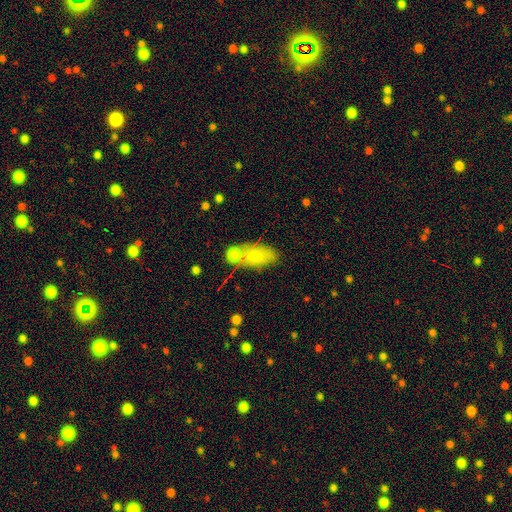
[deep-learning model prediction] Morphology: type=smooth (76%); roundness=in between (89%); merging=none (45%).